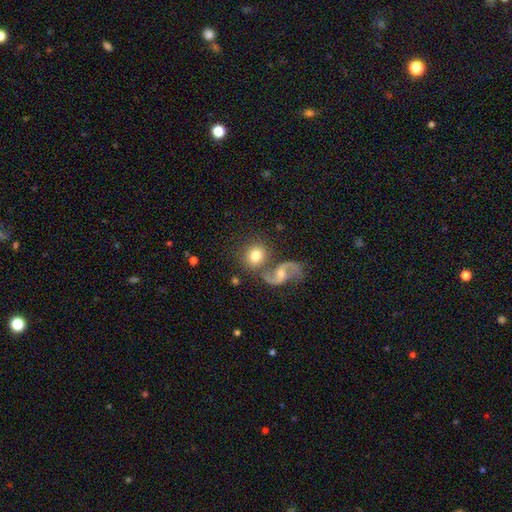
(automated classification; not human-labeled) Overall: smooth (65%; featured or disk 28%). How rounded: round (78%). Merging: none (61%; merger 24%).